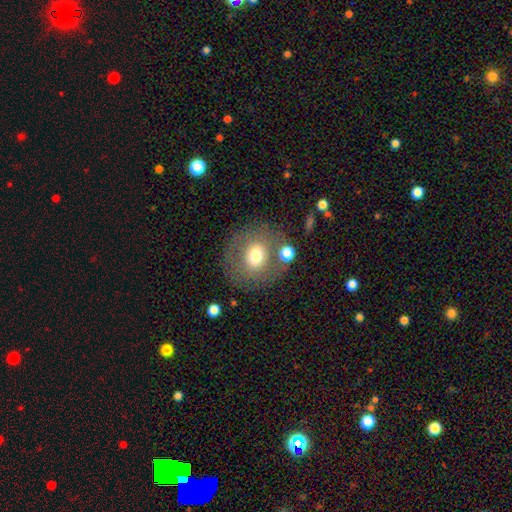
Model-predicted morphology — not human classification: Smooth or featured? Predicted: smooth (p=0.65). How rounded? Predicted: round (p=0.71). Merging? Predicted: none (p=0.69).